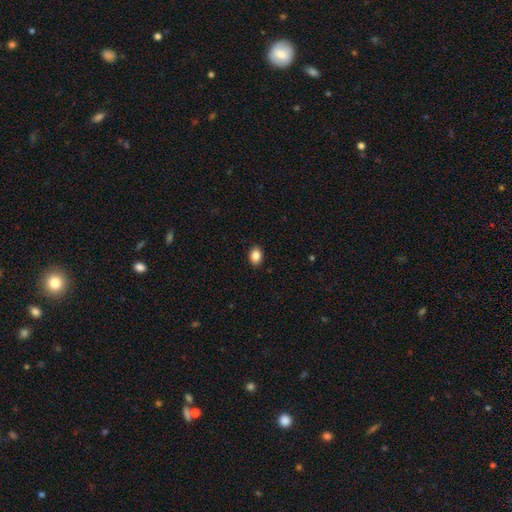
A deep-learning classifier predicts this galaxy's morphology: A smooth galaxy with no disk features (87%) that is in between round and cigar-shaped (65%). Merging: none (90%).